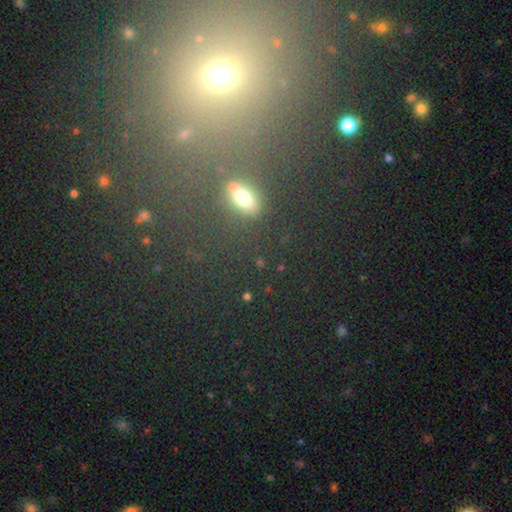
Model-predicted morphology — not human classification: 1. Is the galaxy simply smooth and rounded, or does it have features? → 55% star or artifact, 36% smooth, 9% featured or disk.